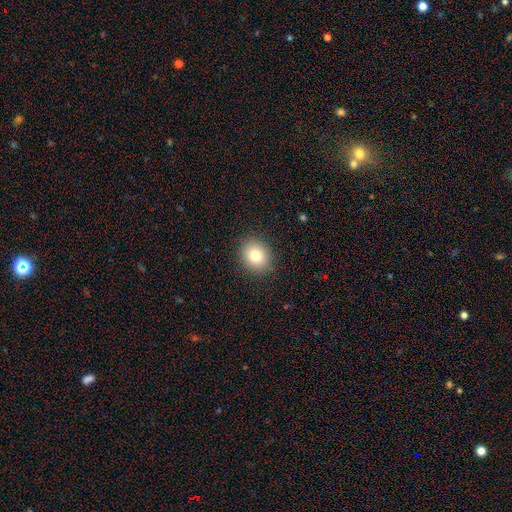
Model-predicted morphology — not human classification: This appears to be a smooth galaxy with no disk features (80%) that is round (64%). Merging: none (89%).